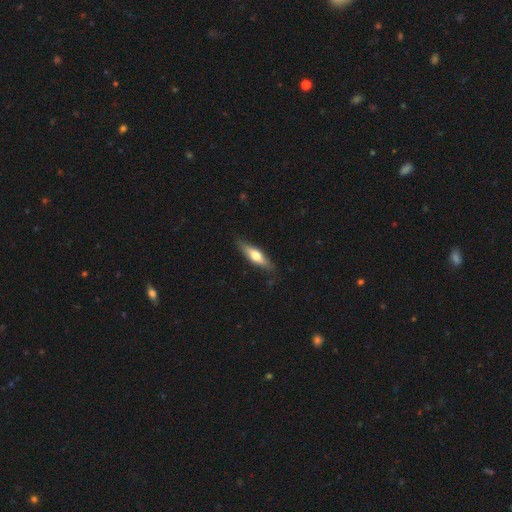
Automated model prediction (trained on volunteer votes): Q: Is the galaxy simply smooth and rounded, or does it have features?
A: smooth — 52%.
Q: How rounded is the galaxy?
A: cigar-shaped — 64%.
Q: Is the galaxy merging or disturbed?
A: none — 84%.